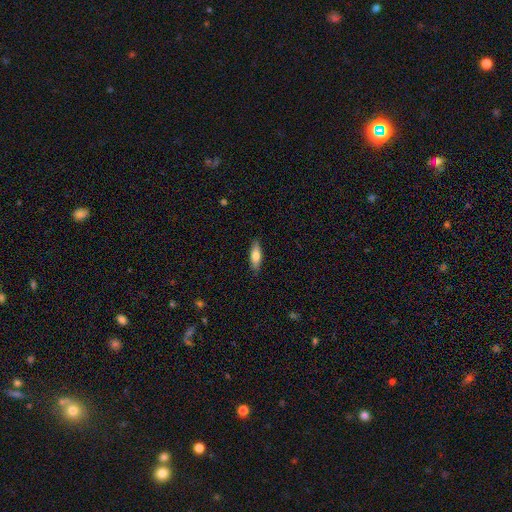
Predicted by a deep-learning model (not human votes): This is likely a smooth galaxy (73%). How rounded: possibly in between (58%). Merging: clearly none (86%).